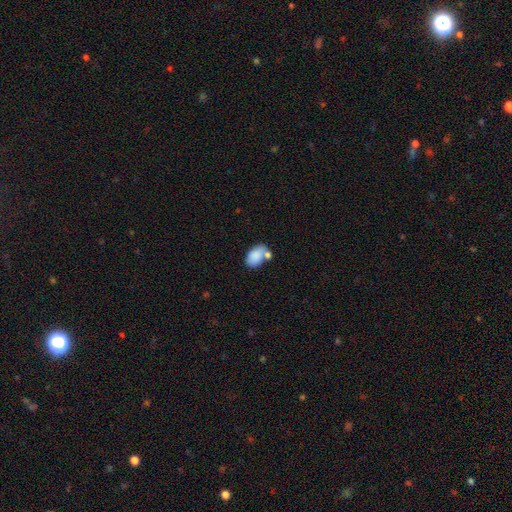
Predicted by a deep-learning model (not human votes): smooth-or-featured: smooth: 84% | featured or disk: 9% | star or artifact: 7%
  how-rounded: in between: 89% | round: 9% | cigar-shaped: 1%
  merging: none: 44% | merger: 33% | minor disturbance: 17% | major disturbance: 6%